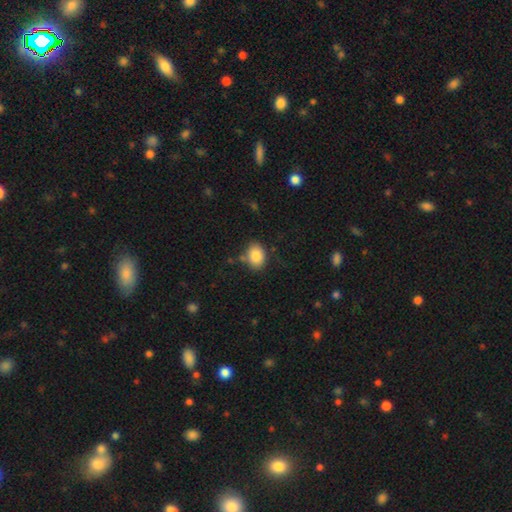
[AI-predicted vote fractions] Smooth or featured? Predicted: smooth (p=0.85). How rounded? Predicted: in between (p=0.71). Merging? Predicted: none (p=0.77).